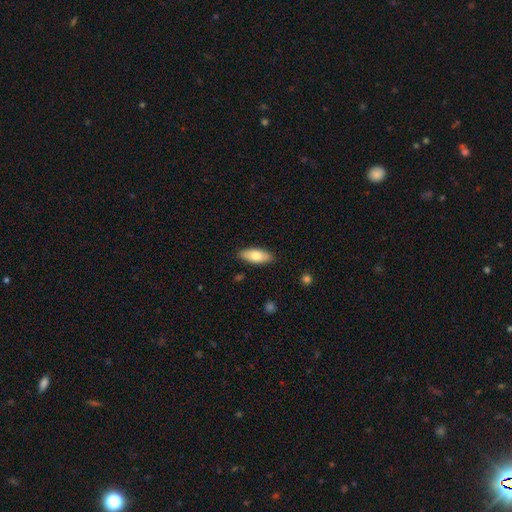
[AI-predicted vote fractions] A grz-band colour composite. It shows a smooth galaxy with no disk features (77%) that is in between round and cigar-shaped (81%). Merging: none (87%).